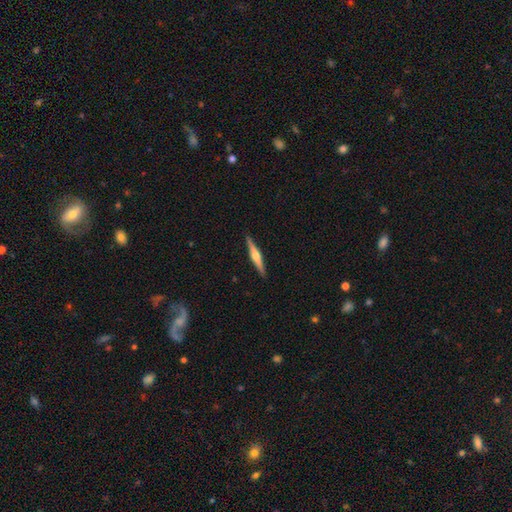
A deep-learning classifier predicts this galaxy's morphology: A featured or disk galaxy (73%) viewed edge-on (98%) with a rounded central bulge (89%). Merging: none (91%).